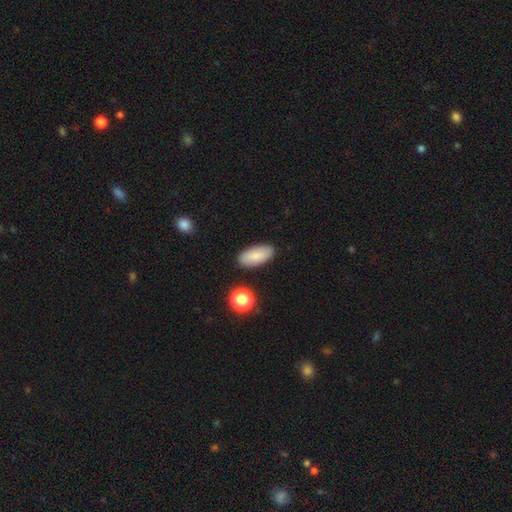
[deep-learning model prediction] This is clearly a smooth galaxy (83%). How rounded: clearly in between (89%). Merging: clearly none (87%).